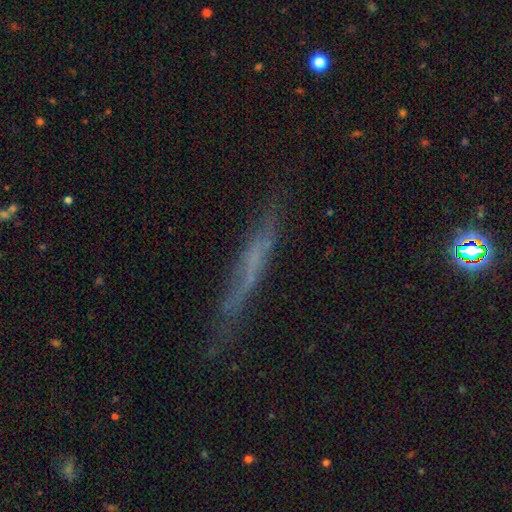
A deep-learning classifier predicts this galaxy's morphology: Smooth or featured? featured or disk (47%)
Merging? none (71%)